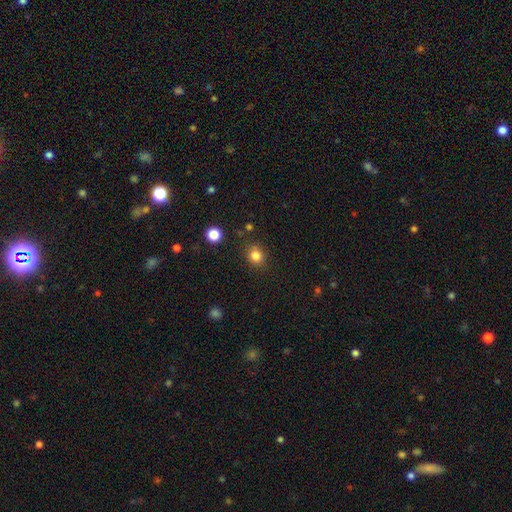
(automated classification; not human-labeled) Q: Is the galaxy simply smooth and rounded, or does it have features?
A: smooth — 82%.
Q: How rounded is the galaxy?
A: round — 80%.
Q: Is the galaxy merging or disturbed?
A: none — 85%.